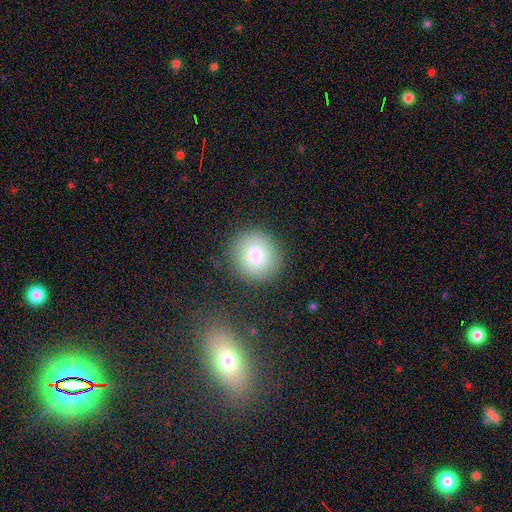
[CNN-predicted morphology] Overall: smooth (82%). How rounded: round (86%). Merging: none (85%).